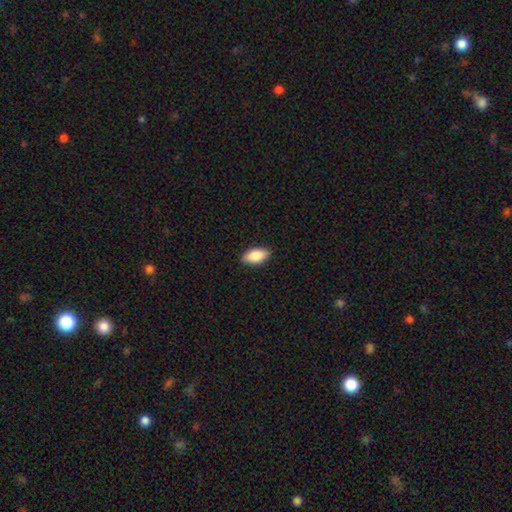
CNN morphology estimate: smooth 86%, featured or disk 8%, star or artifact 6%. Down the decision tree: how rounded — in between (91%); merging — none (89%).